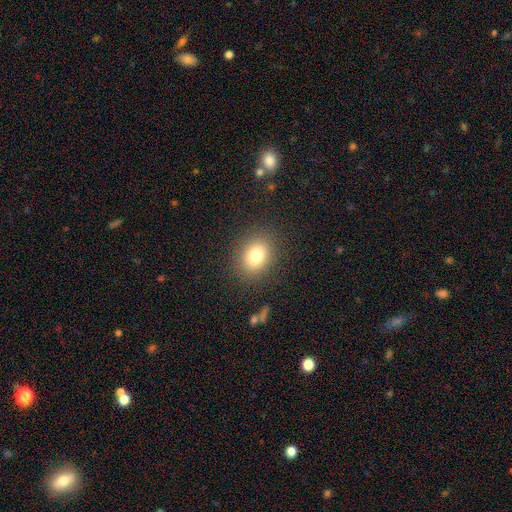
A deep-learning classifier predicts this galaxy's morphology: This appears to be a smooth galaxy with no disk features (78%) that is round (51%). Merging: none (86%).